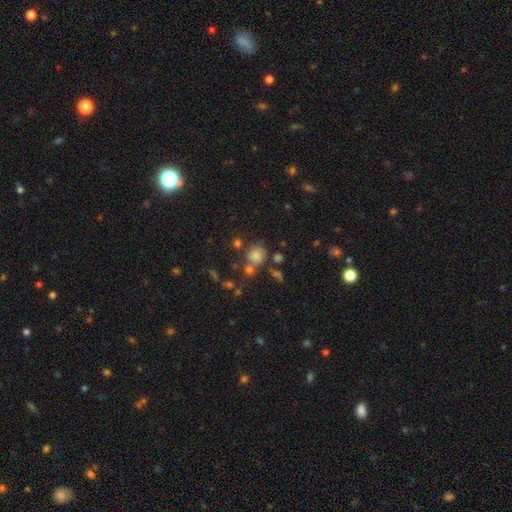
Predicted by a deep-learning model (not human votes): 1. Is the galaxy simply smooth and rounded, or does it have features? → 70% smooth, 18% star or artifact, 11% featured or disk.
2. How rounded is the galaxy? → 78% round, 21% in between, 1% cigar-shaped.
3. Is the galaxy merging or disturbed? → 59% none, 19% merger, 15% minor disturbance, 7% major disturbance.